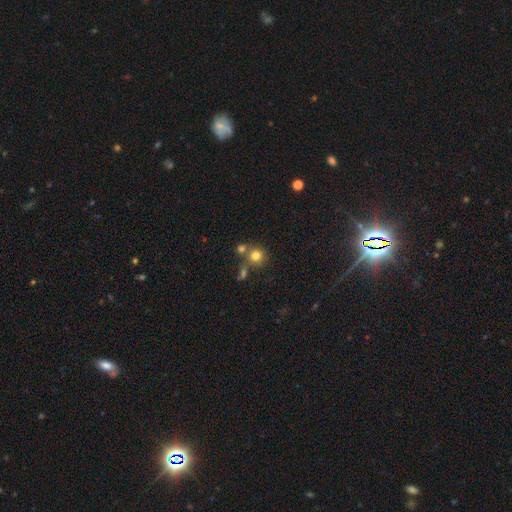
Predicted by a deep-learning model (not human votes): Smooth or featured?
  - smooth: 77% *
  - star or artifact: 14%
  - featured or disk: 9%
How rounded?
  - round: 89% *
  - in between: 10%
  - cigar-shaped: 1%
Merging?
  - none: 62% *
  - merger: 26%
  - minor disturbance: 9%
  - major disturbance: 4%